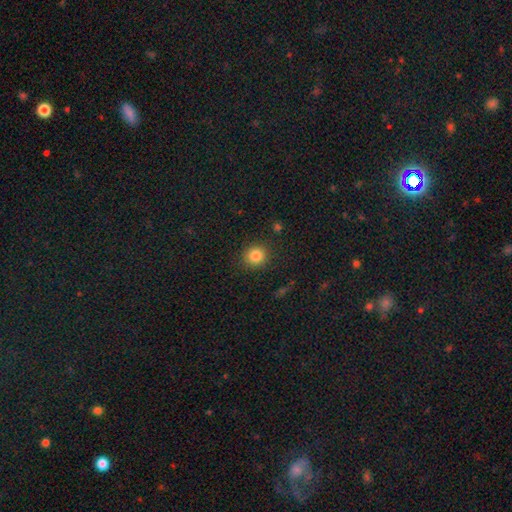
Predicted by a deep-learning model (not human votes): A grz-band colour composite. It shows a smooth galaxy with no disk features (84%) that is round (88%). Merging: none (88%).